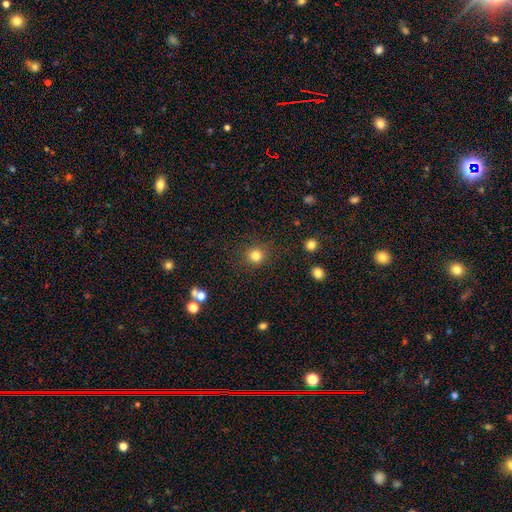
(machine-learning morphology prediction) smooth_or_featured: smooth (p=0.83) [alt: star or artifact p=0.13]
how_rounded: round (p=0.92) [alt: in between p=0.07]
merging: none (p=0.87) [alt: minor disturbance p=0.07]